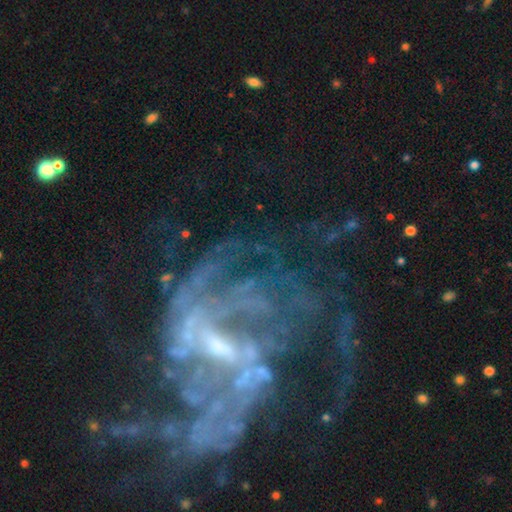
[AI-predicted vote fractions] This appears to be a featured or disk galaxy (85%) with a weak bar (45%), 2 (37%) medium (41%) spiral arms (89%) and a small central bulge (51%). Merging: none (41%).